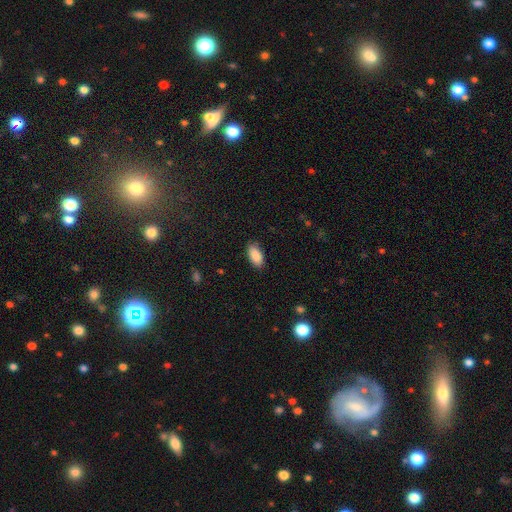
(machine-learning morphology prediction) A smooth galaxy with no disk features (89%) that is in between round and cigar-shaped (93%). Merging: none (85%).